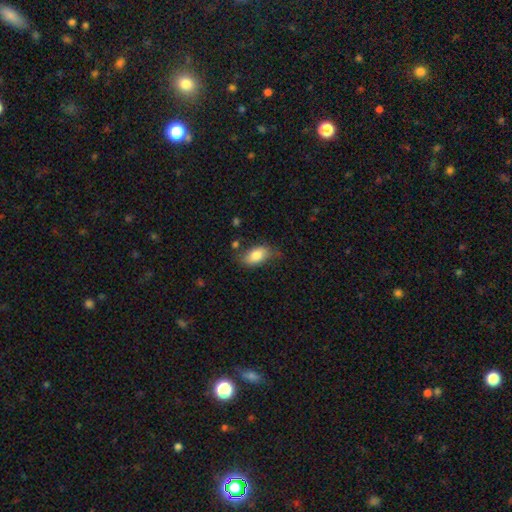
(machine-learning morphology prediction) Smooth or featured: smooth — 79% (featured or disk — 14%)
How rounded: in between — 90% (round — 6%)
Merging: none — 66% (minor disturbance — 23%)